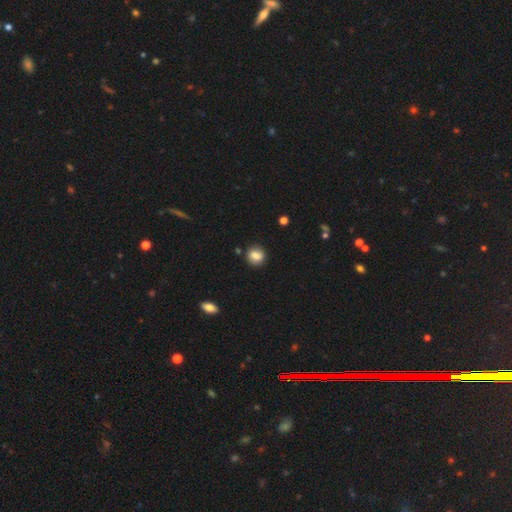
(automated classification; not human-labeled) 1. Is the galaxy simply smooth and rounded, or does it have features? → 82% smooth, 9% star or artifact, 9% featured or disk.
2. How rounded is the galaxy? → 73% round, 25% in between, 1% cigar-shaped.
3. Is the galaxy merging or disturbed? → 83% none, 11% minor disturbance, 3% merger, 3% major disturbance.